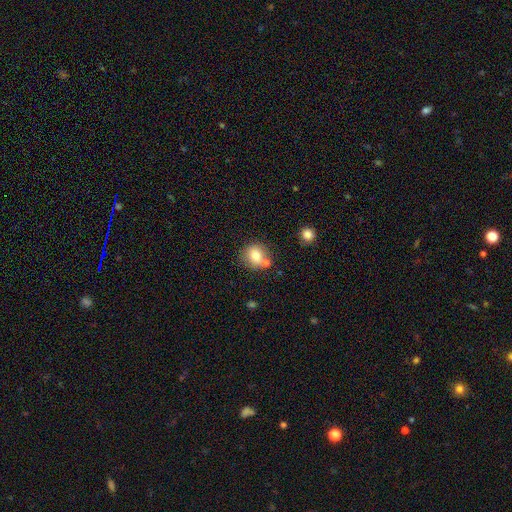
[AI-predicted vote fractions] smooth-or-featured: smooth: 76% | featured or disk: 14% | star or artifact: 10%
  how-rounded: round: 84% | in between: 15% | cigar-shaped: 1%
  merging: none: 63% | merger: 21% | minor disturbance: 13% | major disturbance: 4%